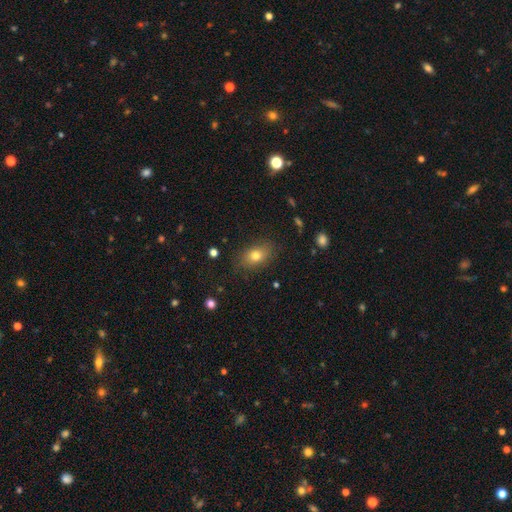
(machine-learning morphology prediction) smooth_or_featured: smooth (p=0.77) [alt: featured or disk p=0.12]
how_rounded: in between (p=0.78) [alt: round p=0.20]
merging: none (p=0.82) [alt: minor disturbance p=0.13]